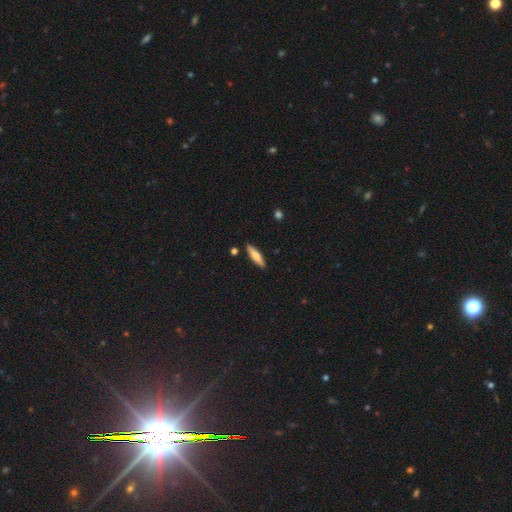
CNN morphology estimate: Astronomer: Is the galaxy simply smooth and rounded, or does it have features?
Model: smooth — 68%.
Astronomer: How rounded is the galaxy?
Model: cigar-shaped — 72%.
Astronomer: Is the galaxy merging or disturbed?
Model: none — 88%.